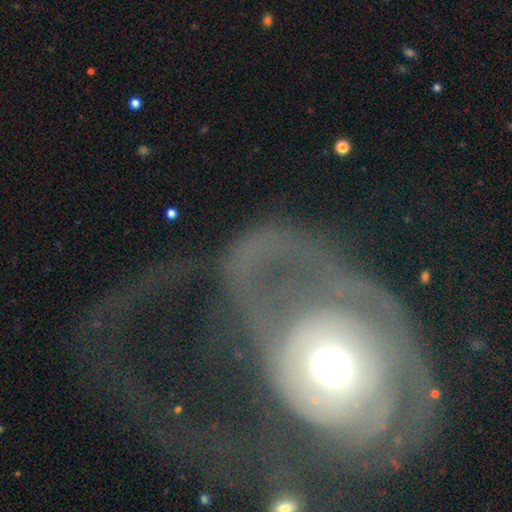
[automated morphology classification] Smooth or featured? Predicted: featured or disk (p=0.64). Edge-on disk? Predicted: no (p=0.94). Bar? Predicted: no (p=0.82). Spiral arms? Predicted: no (p=0.53). Bulge size? Predicted: moderate (p=0.63). Merging? Predicted: major disturbance (p=0.65).